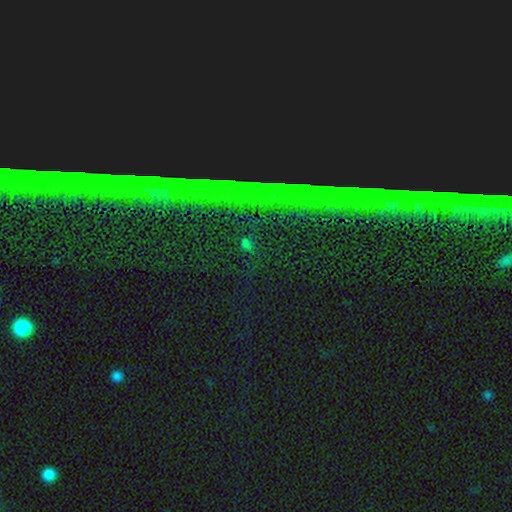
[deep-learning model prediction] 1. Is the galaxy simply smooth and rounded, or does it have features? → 83% star or artifact, 9% smooth, 8% featured or disk.